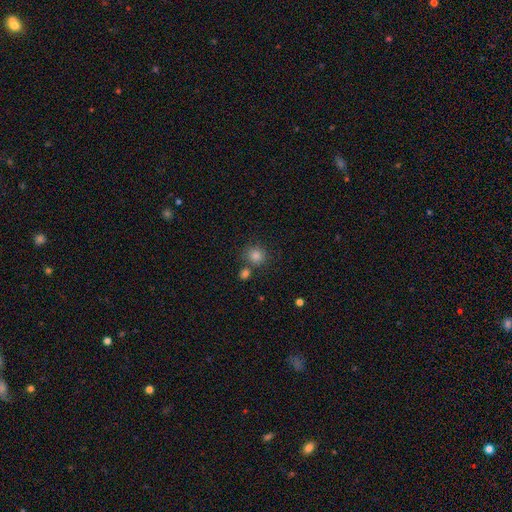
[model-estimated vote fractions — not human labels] Smooth or featured? smooth (81%)
How rounded? round (87%)
Merging? none (73%)